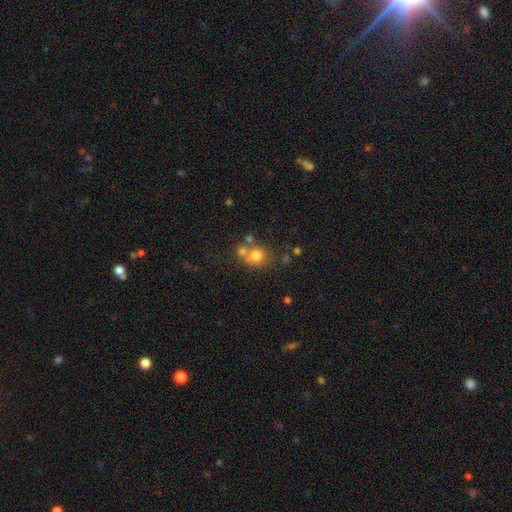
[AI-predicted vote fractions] Overall: smooth (73%). How rounded: round (79%). Merging: none (48%; merger 36%).